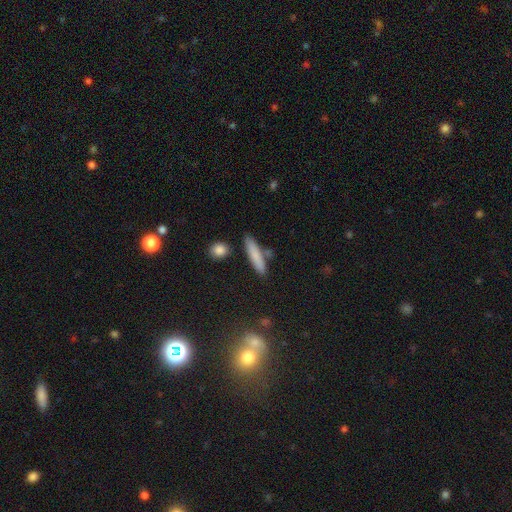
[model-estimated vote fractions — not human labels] A smooth galaxy with no disk features (78%) that is cigar-shaped (84%).

Vote fractions:
- Smooth or featured? smooth: 78% / featured or disk: 15% / star or artifact: 7%
- How rounded? cigar-shaped: 84% / in between: 14% / round: 2%
- Merging? none: 80% / minor disturbance: 11% / merger: 7% / major disturbance: 3%